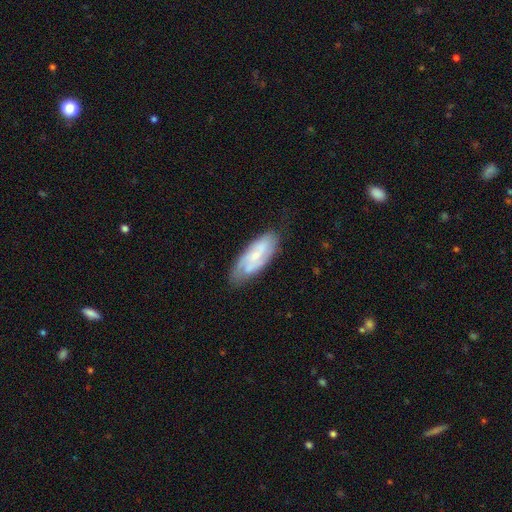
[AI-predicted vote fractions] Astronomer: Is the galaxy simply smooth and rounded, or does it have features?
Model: featured or disk — 63%.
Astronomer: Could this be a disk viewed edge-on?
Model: no — 88%.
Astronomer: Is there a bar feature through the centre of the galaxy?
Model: no — 53% (runner-up: weak, 36%).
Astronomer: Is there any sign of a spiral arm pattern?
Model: yes — 86%.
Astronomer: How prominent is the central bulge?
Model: small — 64%.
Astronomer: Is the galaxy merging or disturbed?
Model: none — 69%.